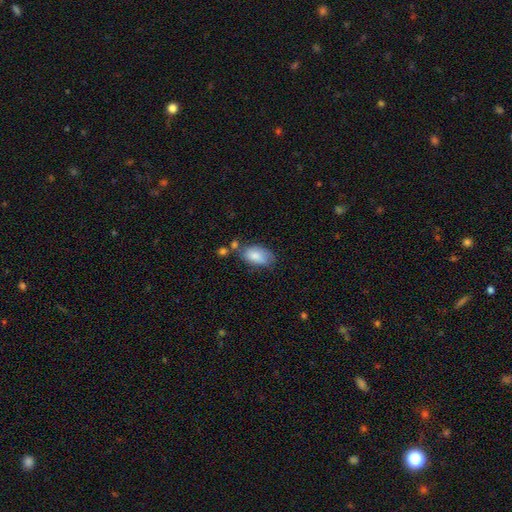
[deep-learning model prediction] The model was most divided on "merging": none: 50%, minor disturbance: 28%, merger: 12%, major disturbance: 9%. More confident: how rounded — in between (93%); smooth or featured — smooth (80%).